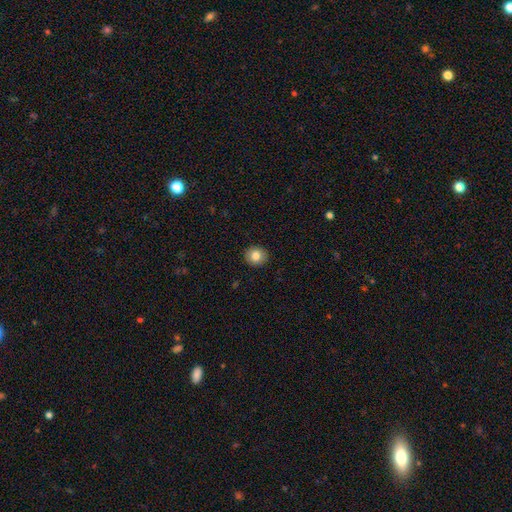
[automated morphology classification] Smooth or featured? Predicted: smooth (p=0.83). How rounded? Predicted: round (p=0.84). Merging? Predicted: none (p=0.92).